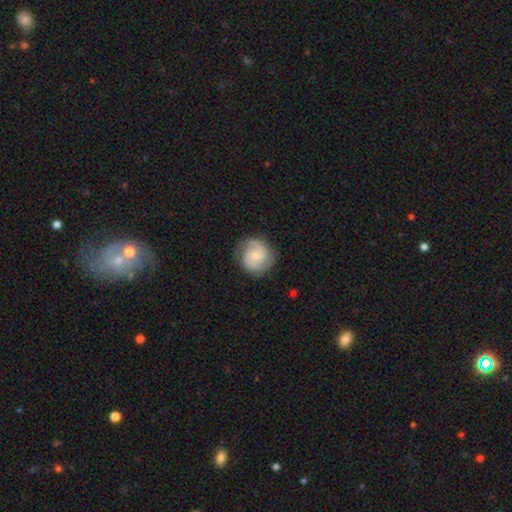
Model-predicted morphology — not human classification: smooth_or_featured: featured or disk (p=0.72) [alt: smooth p=0.22]
disk_edge_on: no (p=0.98) [alt: yes p=0.02]
bar: no (p=0.63) [alt: weak p=0.32]
has_spiral_arms: yes (p=0.95) [alt: no p=0.05]
spiral_winding: medium (p=0.45) [alt: tight p=0.40]
spiral_arm_count: 2 (p=0.77) [alt: can't tell p=0.08]
bulge_size: small (p=0.61) [alt: moderate p=0.28]
merging: none (p=0.81) [alt: minor disturbance p=0.14]